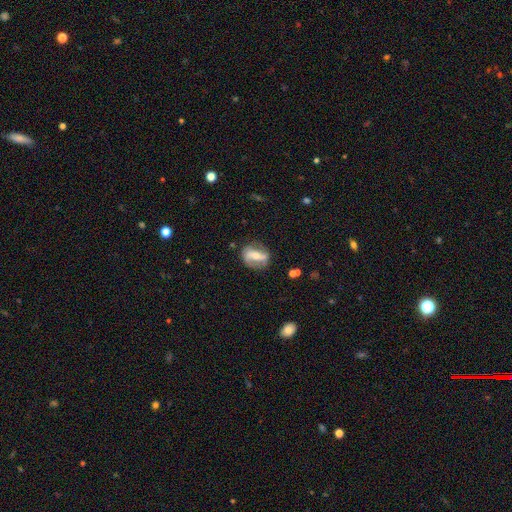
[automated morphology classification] type=featured or disk (70%); edge-on=no (90%); bar=strong (58%); spiral arms=yes (75%); bulge=moderate (52%); merging=none (76%).